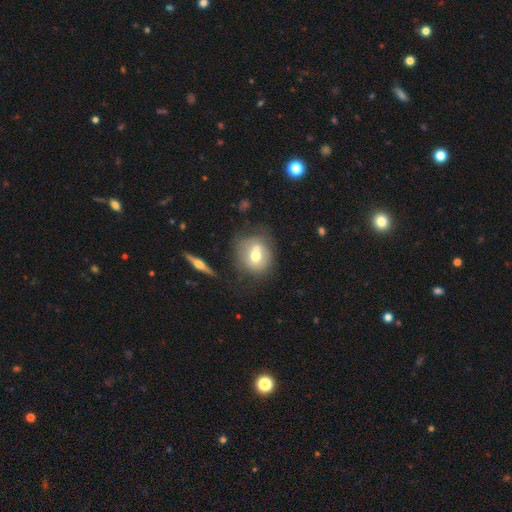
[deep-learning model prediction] Smooth or featured? Predicted: smooth (p=0.58). How rounded? Predicted: round (p=0.78). Merging? Predicted: none (p=0.49).